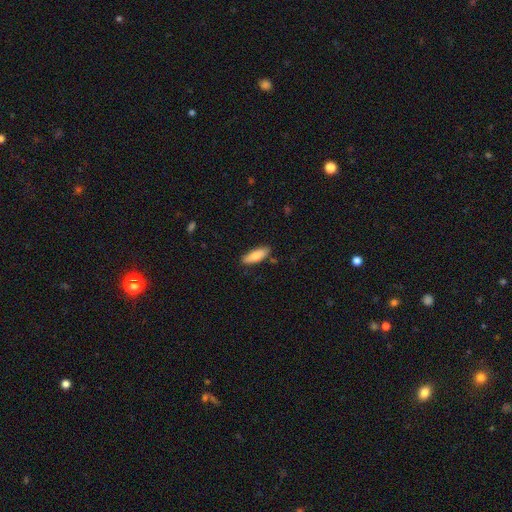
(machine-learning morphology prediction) smooth_or_featured: smooth (p=0.82) [alt: featured or disk p=0.12]
how_rounded: in between (p=0.61) [alt: cigar-shaped p=0.37]
merging: none (p=0.82) [alt: minor disturbance p=0.13]